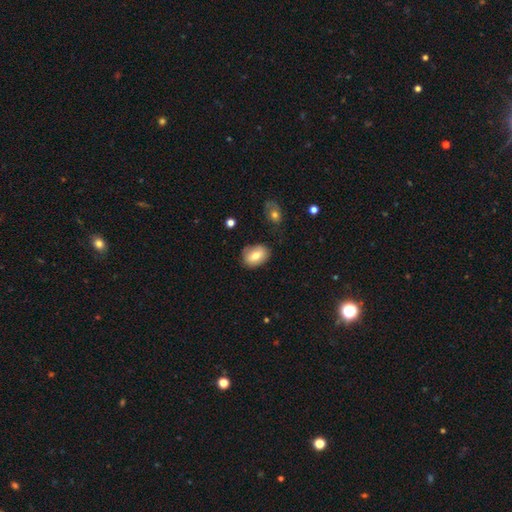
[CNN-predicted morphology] Smooth or featured?
  - smooth: 73% *
  - featured or disk: 19%
  - star or artifact: 8%
How rounded?
  - in between: 74% *
  - round: 24%
  - cigar-shaped: 1%
Merging?
  - none: 78% *
  - minor disturbance: 16%
  - major disturbance: 4%
  - merger: 2%